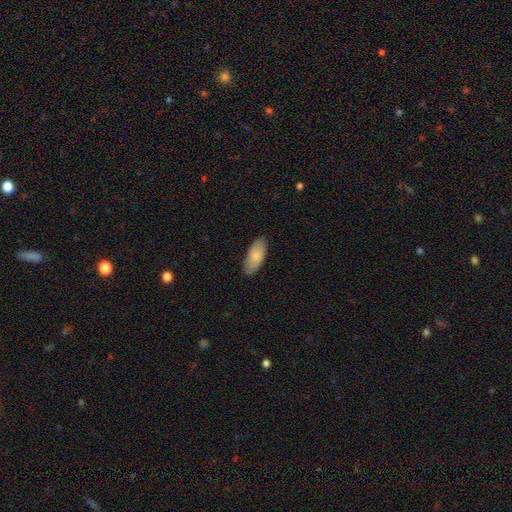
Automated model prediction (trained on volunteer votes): Overall: smooth (82%). How rounded: in between (86%). Merging: none (85%).